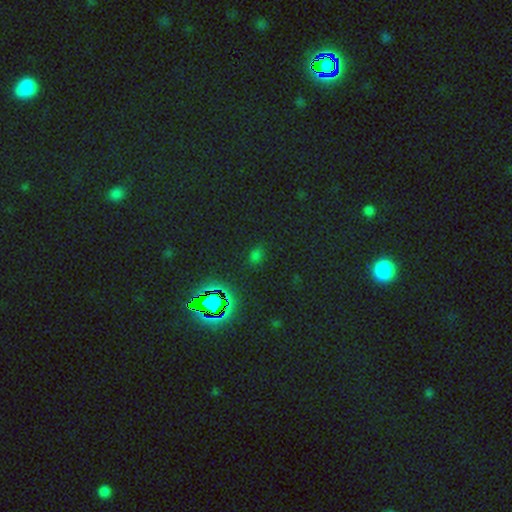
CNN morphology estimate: star or artifact 50%, smooth 43%, featured or disk 6%.